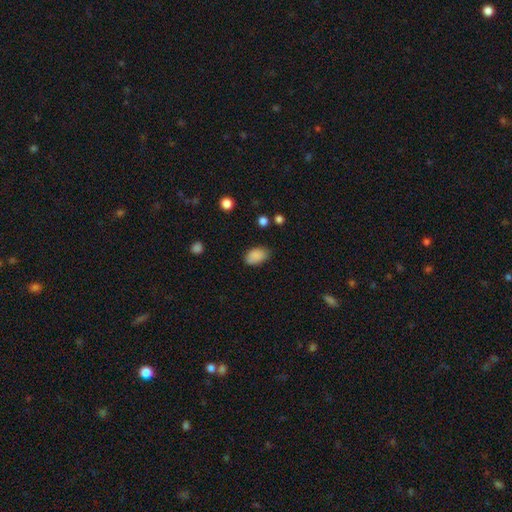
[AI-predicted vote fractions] Smooth or featured? Predicted: smooth (p=0.88). How rounded? Predicted: in between (p=0.90). Merging? Predicted: none (p=0.76).